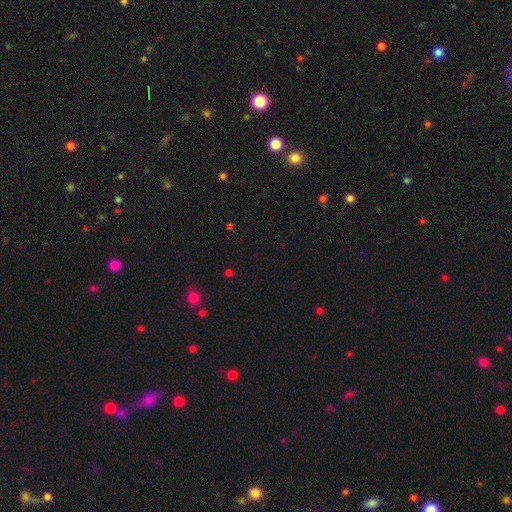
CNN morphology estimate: This appears to be a star or artifact, not a galaxy (61%).